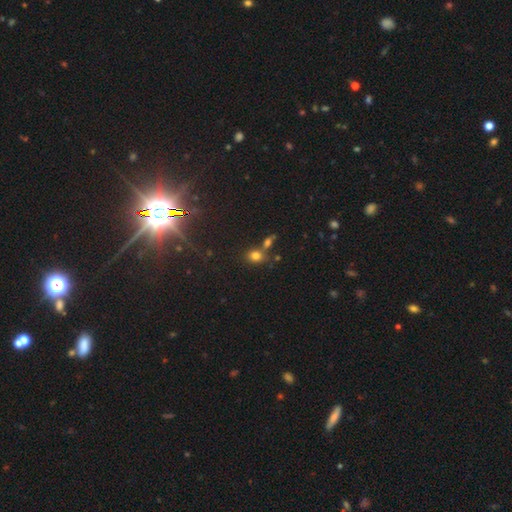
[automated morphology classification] Smooth or featured: smooth — 75% (star or artifact — 16%)
How rounded: round — 54% (in between — 45%)
Merging: none — 54% (merger — 30%)